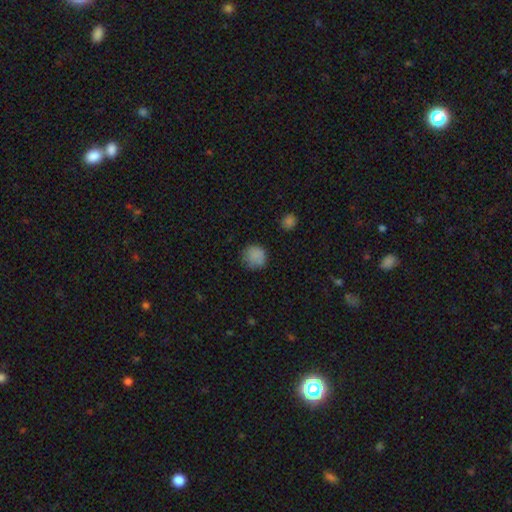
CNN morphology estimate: Overall: smooth (84%). How rounded: round (91%). Merging: none (80%).